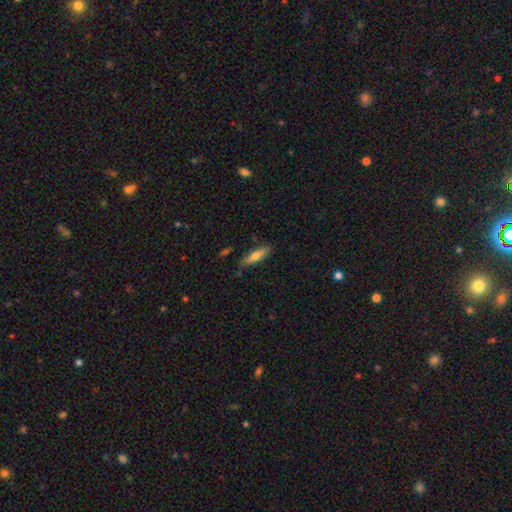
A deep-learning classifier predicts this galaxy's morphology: smooth_or_featured: smooth (p=0.61) [alt: featured or disk p=0.33]
how_rounded: cigar-shaped (p=0.68) [alt: in between p=0.30]
merging: none (p=0.79) [alt: minor disturbance p=0.16]